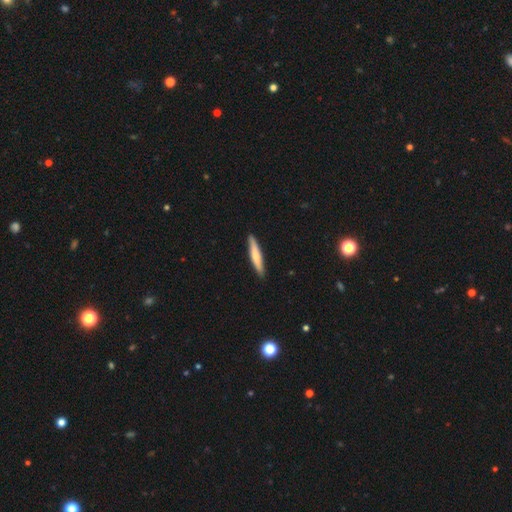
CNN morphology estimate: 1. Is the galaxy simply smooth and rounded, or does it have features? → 68% smooth, 27% featured or disk, 5% star or artifact.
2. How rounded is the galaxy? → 92% cigar-shaped, 7% in between, 1% round.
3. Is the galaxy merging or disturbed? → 91% none, 7% minor disturbance, 1% major disturbance, 1% merger.